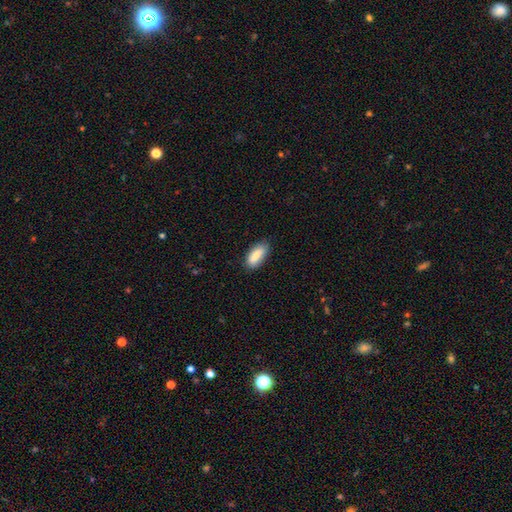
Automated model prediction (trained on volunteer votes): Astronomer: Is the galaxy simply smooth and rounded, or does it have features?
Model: smooth — 83%.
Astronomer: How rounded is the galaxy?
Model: in between — 81%.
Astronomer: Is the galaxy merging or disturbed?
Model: none — 77%.